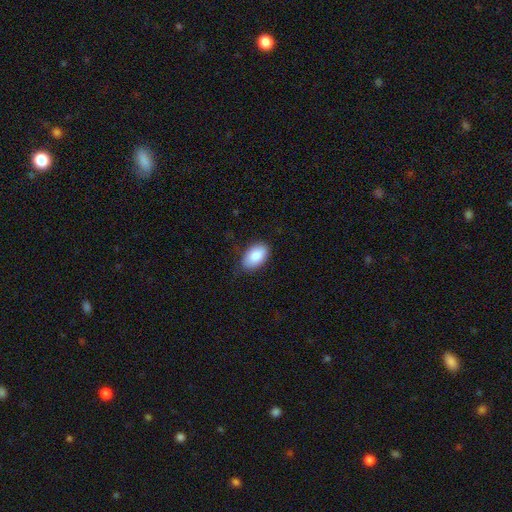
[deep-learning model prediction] smooth_or_featured: smooth (p=0.87) [alt: featured or disk p=0.07]
how_rounded: in between (p=0.94) [alt: round p=0.05]
merging: none (p=0.79) [alt: minor disturbance p=0.16]